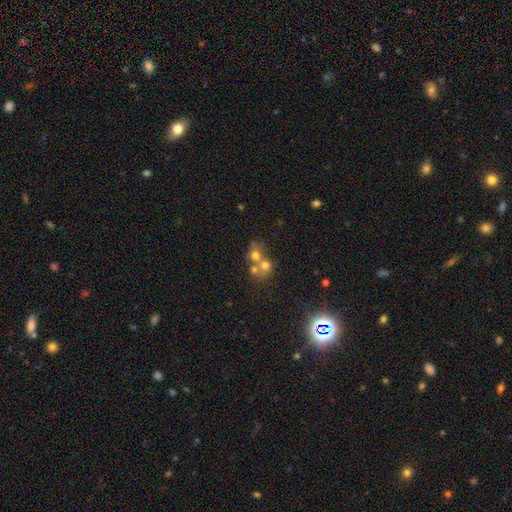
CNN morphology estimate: smooth-or-featured: smooth: 59% | featured or disk: 24% | star or artifact: 17%
  how-rounded: round: 75% | in between: 23% | cigar-shaped: 1%
  merging: merger: 58% | none: 31% | minor disturbance: 7% | major disturbance: 4%